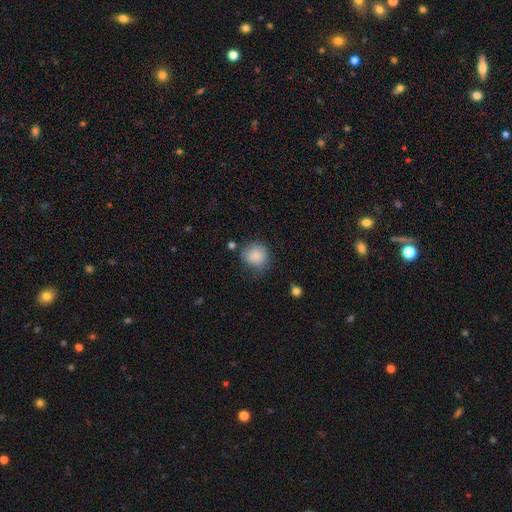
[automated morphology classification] This is clearly a smooth galaxy (85%). How rounded: clearly round (84%). Merging: likely none (65%).